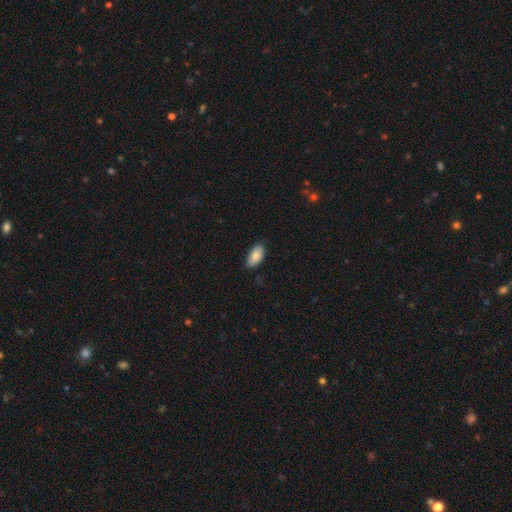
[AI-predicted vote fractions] A smooth galaxy with no disk features (85%) that is in between round and cigar-shaped (94%).

Vote fractions:
- Smooth or featured? smooth: 85% / featured or disk: 9% / star or artifact: 6%
- How rounded? in between: 94% / cigar-shaped: 3% / round: 3%
- Merging? none: 82% / minor disturbance: 15% / major disturbance: 2% / merger: 1%